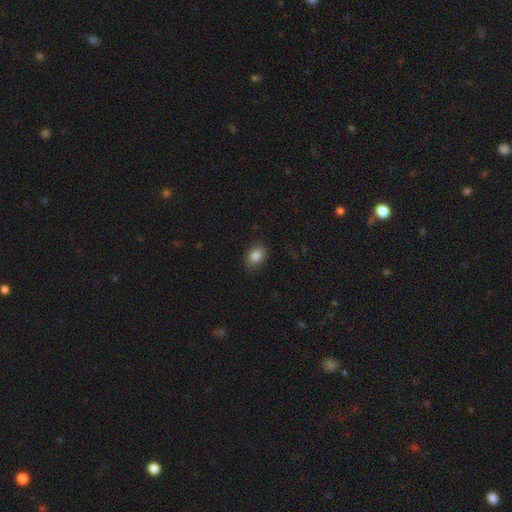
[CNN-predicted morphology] Q: Smooth or featured?
A: smooth (84%); runner-up: star or artifact (9%)
Q: How rounded?
A: in between (76%); runner-up: round (23%)
Q: Merging?
A: none (83%); runner-up: minor disturbance (13%)